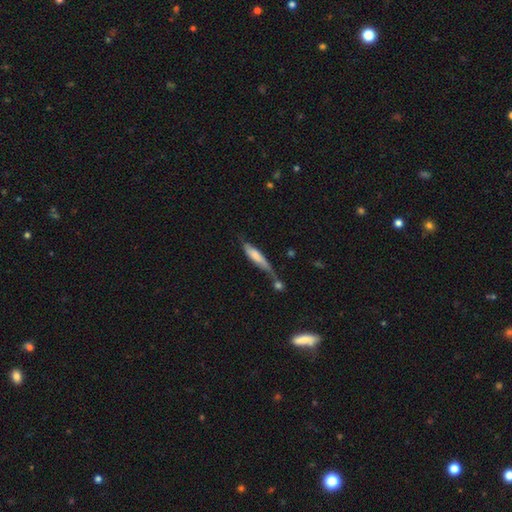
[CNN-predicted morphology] A smooth galaxy with no disk features (65%) that is cigar-shaped (72%).

Vote fractions:
- Smooth or featured? smooth: 65% / featured or disk: 29% / star or artifact: 6%
- How rounded? cigar-shaped: 72% / in between: 25% / round: 2%
- Merging? merger: 30% (tied) / none: 30% (tied) / minor disturbance: 23% / major disturbance: 17%